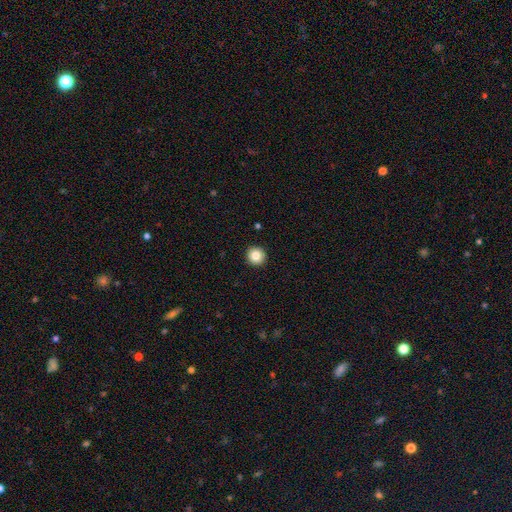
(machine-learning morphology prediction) type=smooth (85%); roundness=round (95%); merging=none (93%).